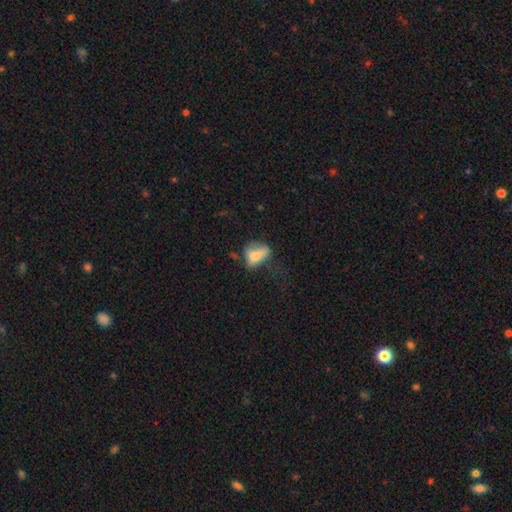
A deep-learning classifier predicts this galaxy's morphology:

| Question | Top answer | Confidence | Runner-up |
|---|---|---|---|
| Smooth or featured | smooth | 65% | featured or disk (25%) |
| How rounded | in between | 75% | round (22%) |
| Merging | major disturbance | 31% | tied: none (31%) |